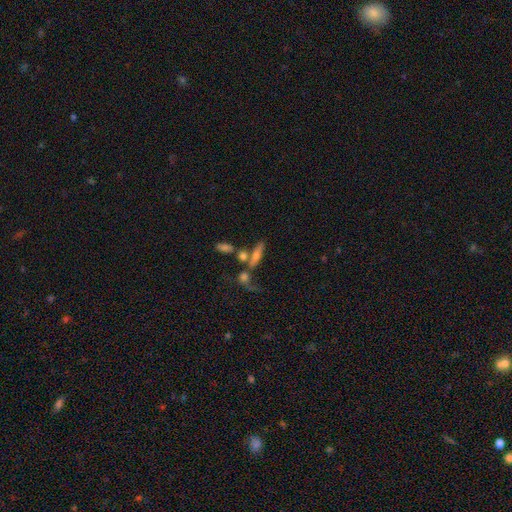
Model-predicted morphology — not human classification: This appears to be a smooth galaxy with no disk features (42%). Merging: none (43%).